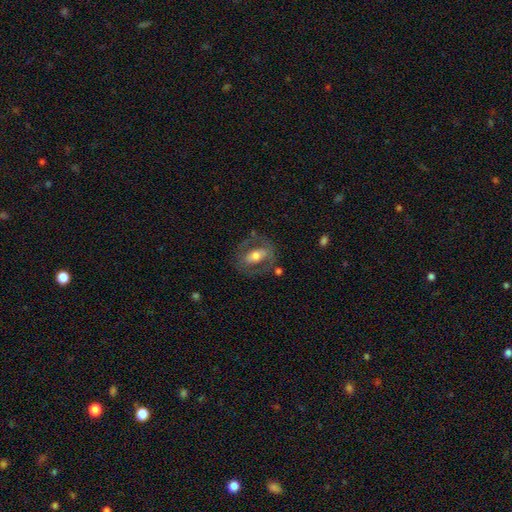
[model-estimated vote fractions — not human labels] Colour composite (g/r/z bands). It shows a featured or disk galaxy (55%). Merging: none (65%).